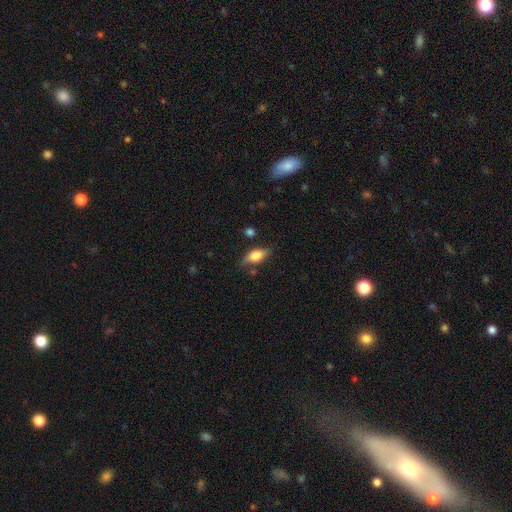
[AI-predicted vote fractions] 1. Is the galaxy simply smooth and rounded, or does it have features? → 72% smooth, 21% featured or disk, 7% star or artifact.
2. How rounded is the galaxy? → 81% in between, 14% cigar-shaped, 5% round.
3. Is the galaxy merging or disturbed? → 72% none, 20% minor disturbance, 5% major disturbance, 4% merger.